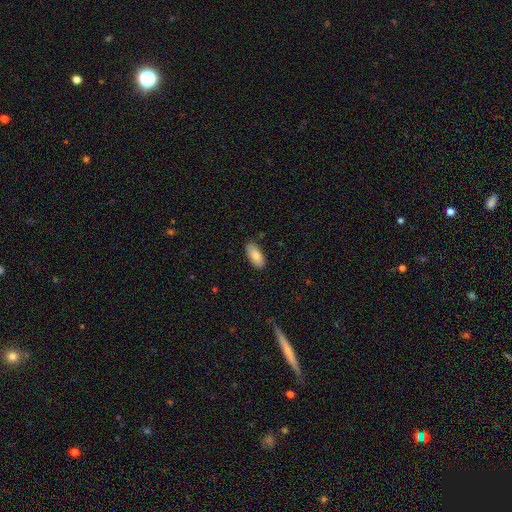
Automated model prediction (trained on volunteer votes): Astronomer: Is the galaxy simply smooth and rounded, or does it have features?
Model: smooth — 84%.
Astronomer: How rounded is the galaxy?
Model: in between — 89%.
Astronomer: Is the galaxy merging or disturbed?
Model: none — 85%.